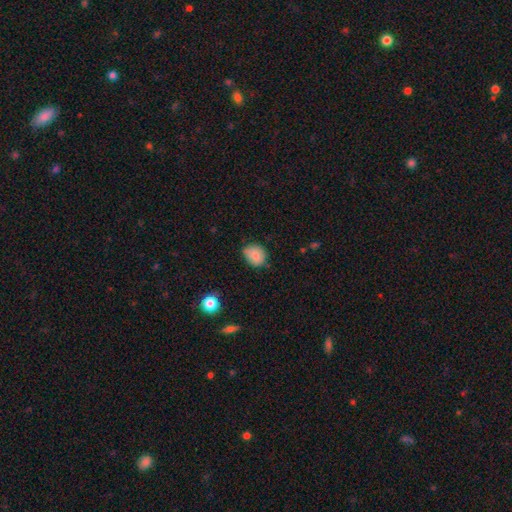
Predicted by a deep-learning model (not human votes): Q: Smooth or featured?
A: smooth (82%); runner-up: star or artifact (9%)
Q: How rounded?
A: round (60%); runner-up: in between (39%)
Q: Merging?
A: none (68%); runner-up: minor disturbance (26%)